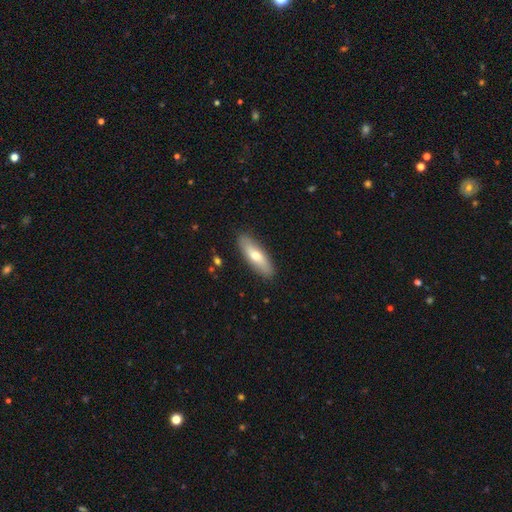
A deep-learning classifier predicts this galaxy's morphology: This is likely a smooth galaxy (64%). How rounded: possibly in between (49%). Merging: clearly none (88%).